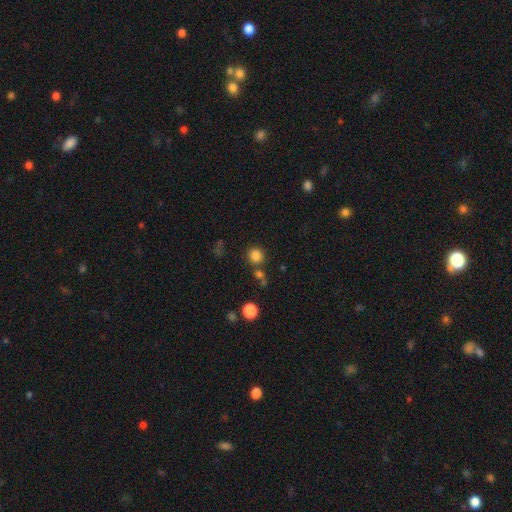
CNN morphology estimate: Smooth or featured?
  - smooth: 82% *
  - star or artifact: 14%
  - featured or disk: 5%
How rounded?
  - round: 90% *
  - in between: 9%
  - cigar-shaped: 1%
Merging?
  - none: 78% *
  - merger: 11%
  - minor disturbance: 8%
  - major disturbance: 3%